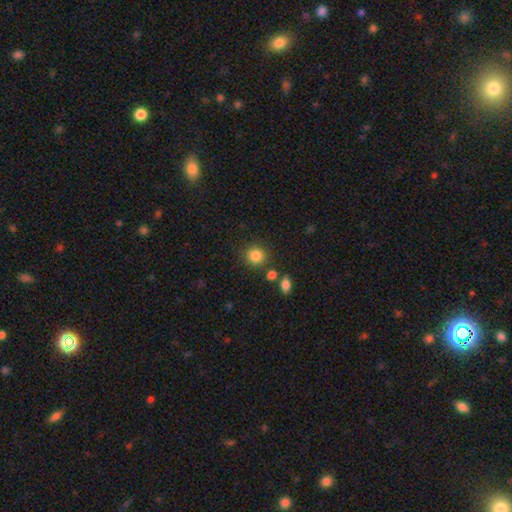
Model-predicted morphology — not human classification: A smooth galaxy with no disk features (84%) that is round (88%). Merging: none (83%).